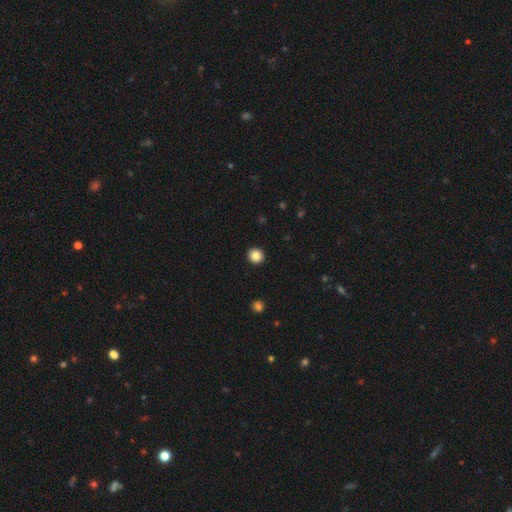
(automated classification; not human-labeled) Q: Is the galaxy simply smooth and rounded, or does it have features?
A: smooth — 85%.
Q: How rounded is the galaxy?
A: round — 93%.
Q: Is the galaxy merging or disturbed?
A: none — 94%.